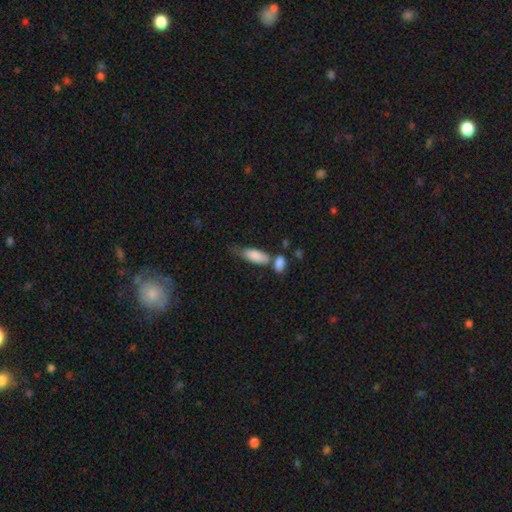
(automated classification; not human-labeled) Smooth or featured: smooth — 83% (featured or disk — 11%)
How rounded: in between — 74% (cigar-shaped — 23%)
Merging: merger — 36% (none — 33%)